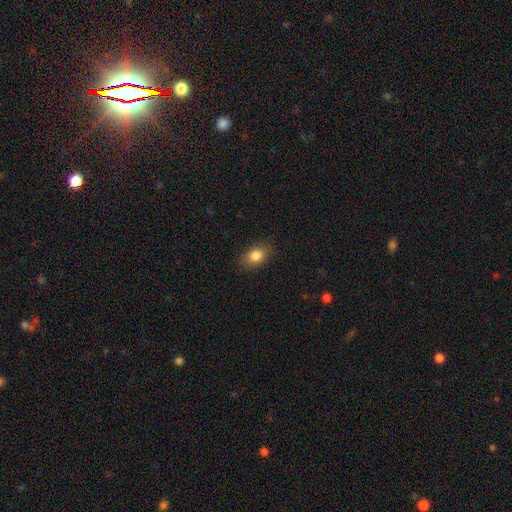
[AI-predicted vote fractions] Overall: smooth (84%). How rounded: in between (74%). Merging: none (85%).